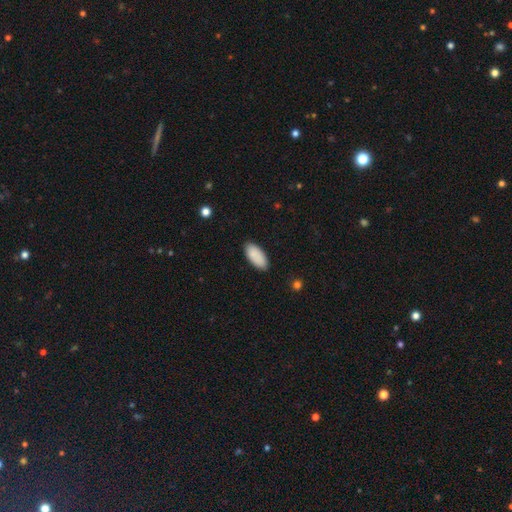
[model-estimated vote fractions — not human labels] A smooth galaxy with no disk features (90%) that is in between round and cigar-shaped (92%). Merging: none (87%).